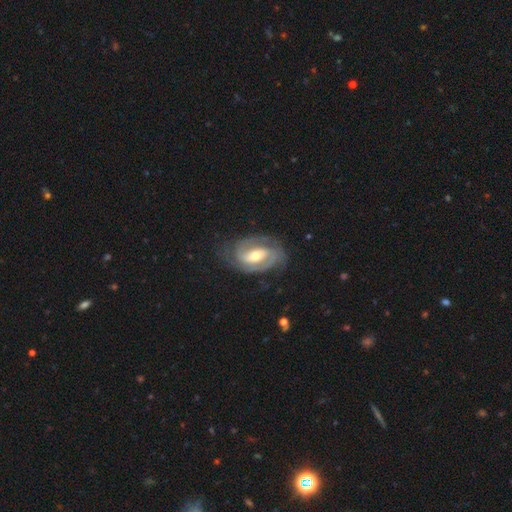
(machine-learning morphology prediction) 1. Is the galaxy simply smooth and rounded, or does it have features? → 88% featured or disk, 8% smooth, 4% star or artifact.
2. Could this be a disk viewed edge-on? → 97% no, 3% yes.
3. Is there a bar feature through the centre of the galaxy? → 40% weak, 38% strong, 22% no.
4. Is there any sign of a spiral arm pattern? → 96% yes, 4% no.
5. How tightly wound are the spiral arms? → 52% tight, 39% medium, 9% loose.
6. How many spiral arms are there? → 81% 2, 7% can't tell, 7% 3, 3% 1, 2% 4, 2% more than 4.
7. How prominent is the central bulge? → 65% moderate, 28% small, 6% large, 1% none, 1% dominant.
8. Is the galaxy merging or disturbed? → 77% none, 15% minor disturbance, 6% major disturbance, 1% merger.